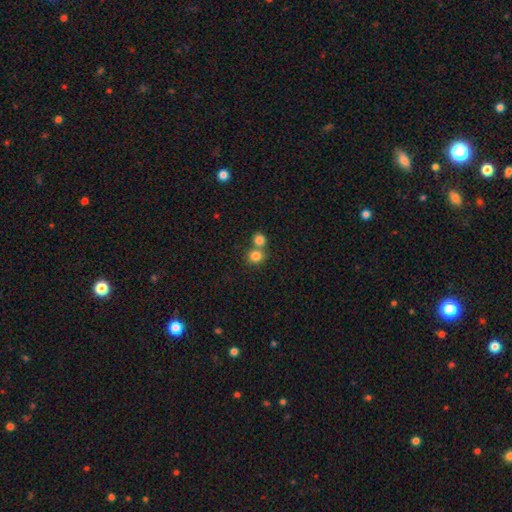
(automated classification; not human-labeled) This is clearly a smooth galaxy (82%). How rounded: clearly round (86%). Merging: possibly none (48%).